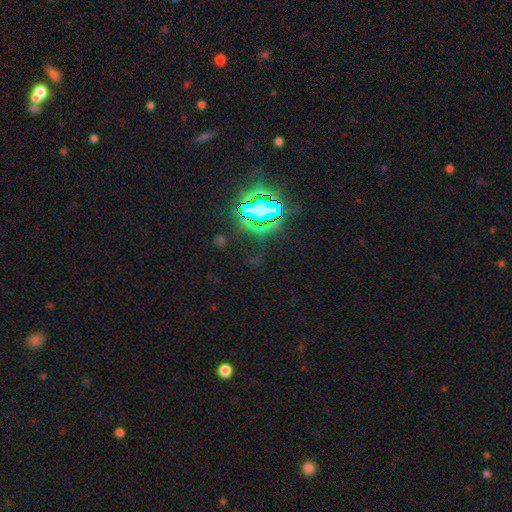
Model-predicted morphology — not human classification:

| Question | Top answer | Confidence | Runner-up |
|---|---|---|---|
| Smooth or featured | star or artifact | 81% | smooth (12%) |